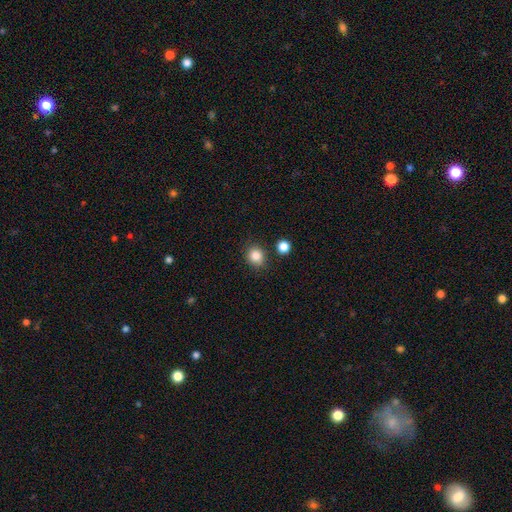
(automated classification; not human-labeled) Overall: smooth (84%). How rounded: round (81%). Merging: none (83%).